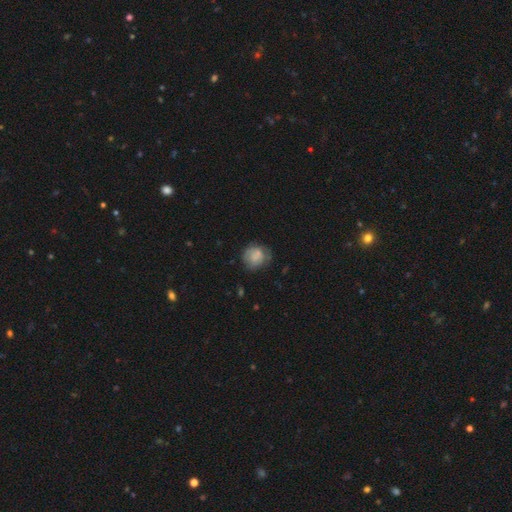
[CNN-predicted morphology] This is likely a smooth galaxy (70%). How rounded: likely round (78%). Merging: possibly none (59%).